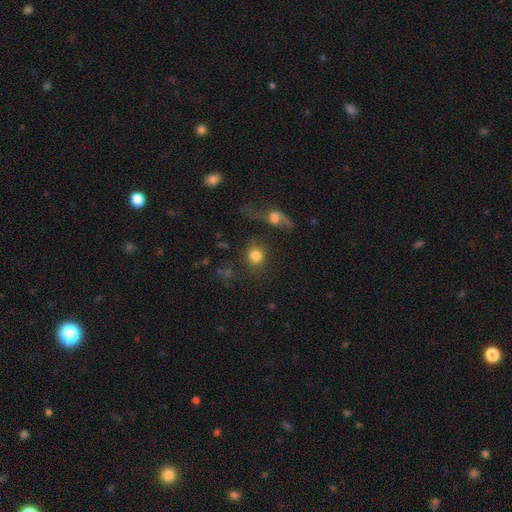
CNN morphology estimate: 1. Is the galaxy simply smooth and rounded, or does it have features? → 79% smooth, 11% featured or disk, 10% star or artifact.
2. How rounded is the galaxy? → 85% round, 13% in between, 2% cigar-shaped.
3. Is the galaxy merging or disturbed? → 68% none, 13% merger, 10% minor disturbance, 8% major disturbance.